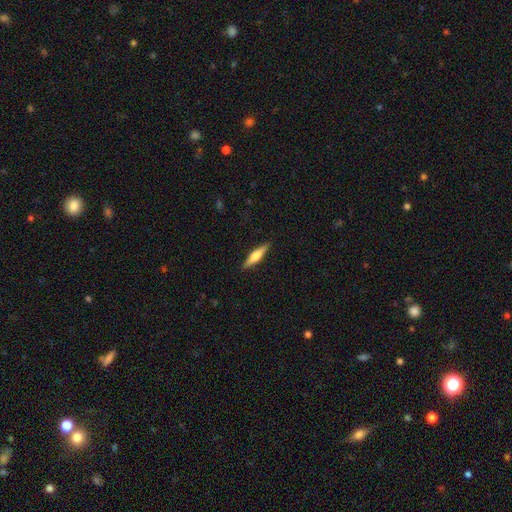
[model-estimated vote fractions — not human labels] Morphology: type=smooth (49%); merging=none (89%).